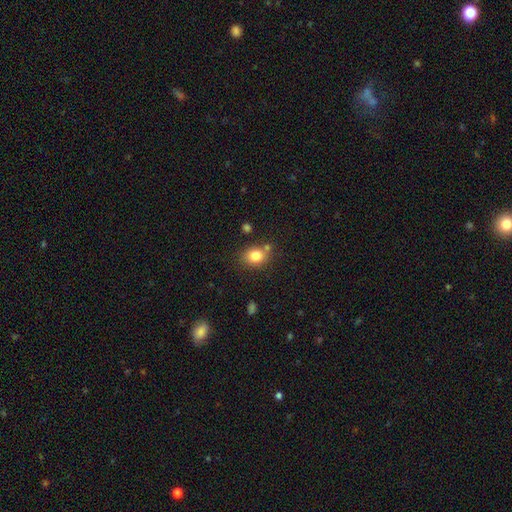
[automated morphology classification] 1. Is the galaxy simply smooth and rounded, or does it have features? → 81% smooth, 11% star or artifact, 8% featured or disk.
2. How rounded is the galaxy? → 54% round, 45% in between, 1% cigar-shaped.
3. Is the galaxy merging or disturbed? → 71% none, 14% minor disturbance, 11% merger, 4% major disturbance.